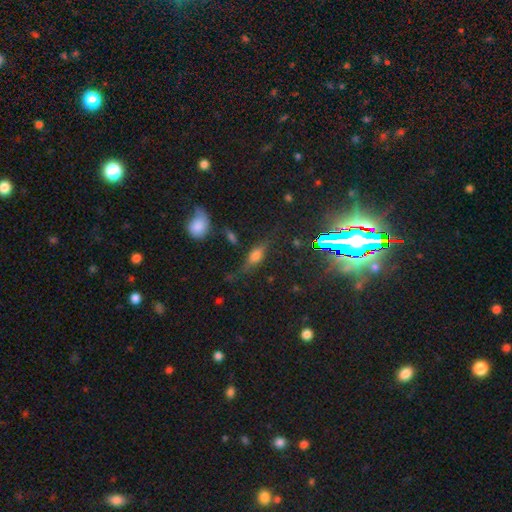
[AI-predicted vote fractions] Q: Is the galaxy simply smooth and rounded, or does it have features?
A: featured or disk — 45%.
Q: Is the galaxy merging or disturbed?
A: none — 66%.